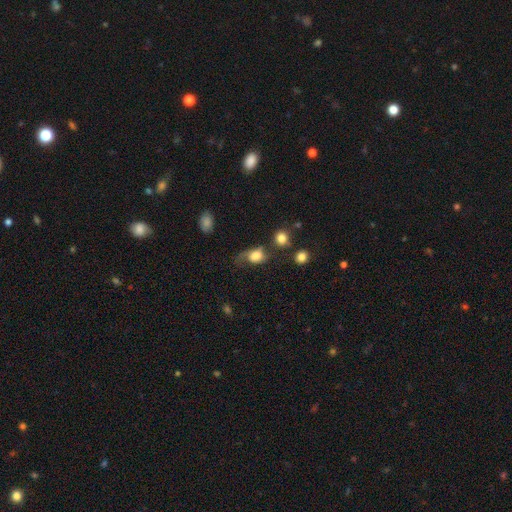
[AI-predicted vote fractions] A smooth galaxy with no disk features (71%) that is in between round and cigar-shaped (63%).

Vote fractions:
- Smooth or featured? smooth: 71% / featured or disk: 20% / star or artifact: 9%
- How rounded? in between: 63% / round: 35% / cigar-shaped: 2%
- Merging? major disturbance: 35% / none: 29% / minor disturbance: 28% / merger: 8%